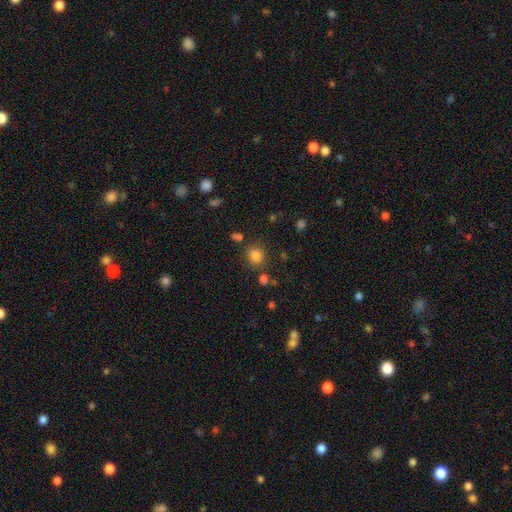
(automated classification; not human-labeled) The model was most divided on "how rounded": round: 79%, in between: 20%, cigar-shaped: 1%. More confident: smooth or featured — smooth (81%); merging — none (78%).